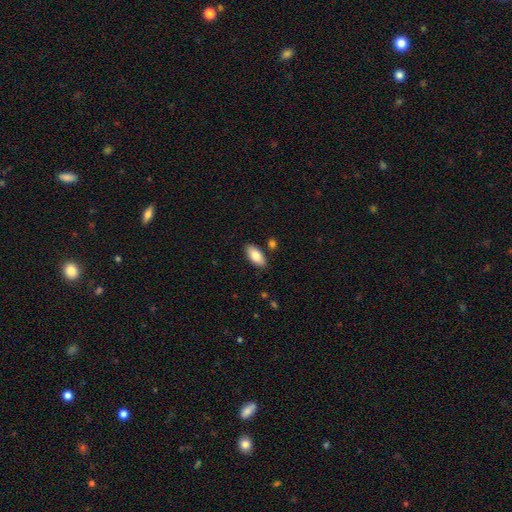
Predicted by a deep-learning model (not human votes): A smooth galaxy with no disk features (82%) that is in between round and cigar-shaped (89%).

Vote fractions:
- Smooth or featured? smooth: 82% / featured or disk: 11% / star or artifact: 6%
- How rounded? in between: 89% / cigar-shaped: 9% / round: 2%
- Merging? none: 85% / minor disturbance: 10% / merger: 3% / major disturbance: 2%